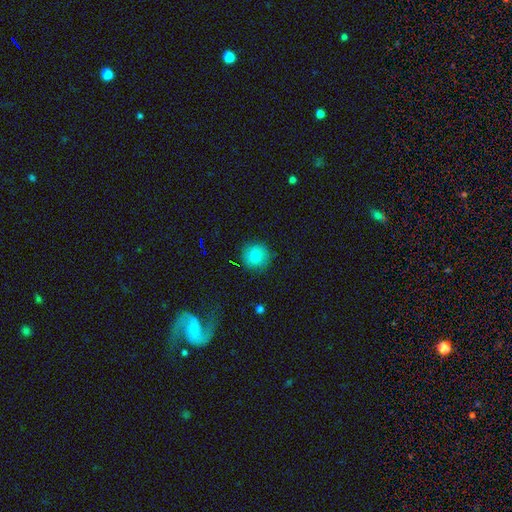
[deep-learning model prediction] smooth-or-featured: smooth: 80% | star or artifact: 11% | featured or disk: 10%
  how-rounded: round: 94% | in between: 5% | cigar-shaped: 1%
  merging: none: 89% | minor disturbance: 8% | major disturbance: 2% | merger: 1%